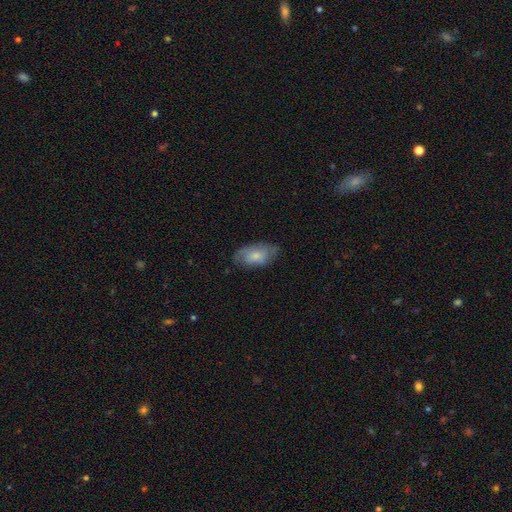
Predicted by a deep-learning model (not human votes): smooth 65%, featured or disk 29%, star or artifact 6%. Down the decision tree: how rounded — in between (92%); merging — none (70%).